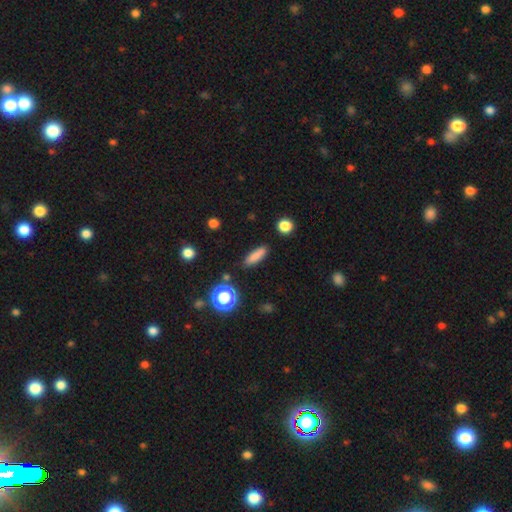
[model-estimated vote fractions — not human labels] A smooth galaxy with no disk features (82%) that is cigar-shaped (64%). Merging: none (86%).